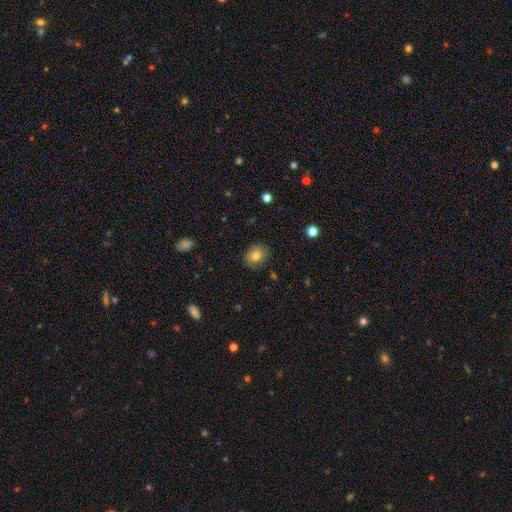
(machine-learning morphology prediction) A smooth galaxy with no disk features (81%) that is round (69%).

Vote fractions:
- Smooth or featured? smooth: 81% / star or artifact: 10% / featured or disk: 9%
- How rounded? round: 69% / in between: 30% / cigar-shaped: 1%
- Merging? none: 86% / minor disturbance: 10% / major disturbance: 2% / merger: 1%